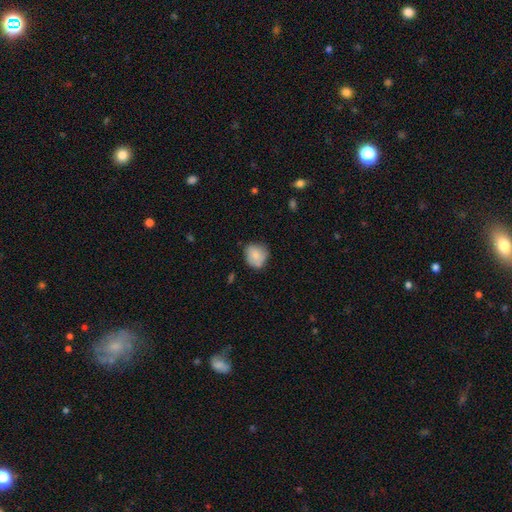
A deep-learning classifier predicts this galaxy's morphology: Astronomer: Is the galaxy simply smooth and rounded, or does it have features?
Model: smooth — 80%.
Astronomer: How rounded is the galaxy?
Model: round — 71%.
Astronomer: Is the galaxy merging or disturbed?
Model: none — 66%.